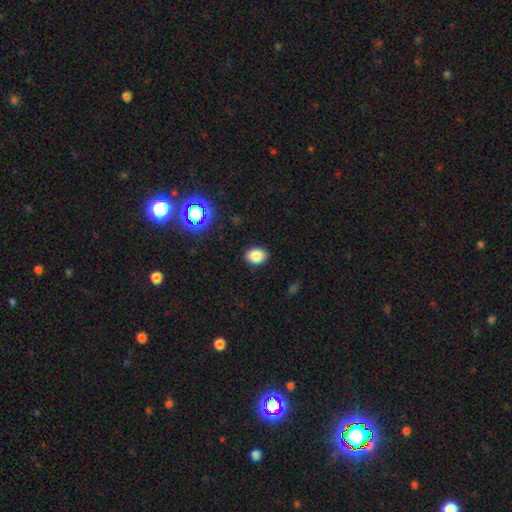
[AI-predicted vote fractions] Smooth or featured: smooth — 84% (star or artifact — 11%)
How rounded: in between — 60% (round — 39%)
Merging: none — 88% (minor disturbance — 9%)